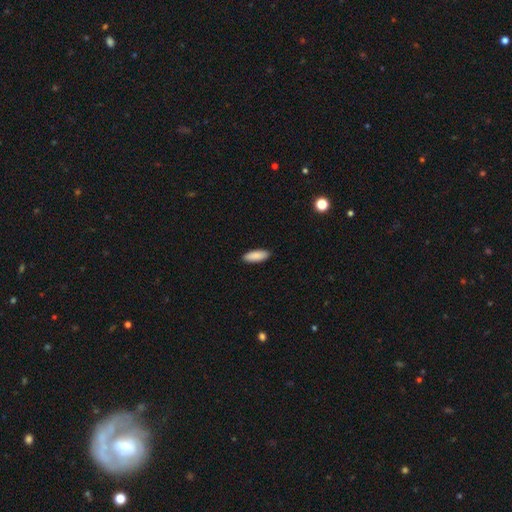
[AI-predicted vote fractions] Smooth or featured?
  - smooth: 90% *
  - star or artifact: 6%
  - featured or disk: 5%
How rounded?
  - in between: 69% *
  - cigar-shaped: 30%
  - round: 2%
Merging?
  - none: 90% *
  - minor disturbance: 7%
  - major disturbance: 2%
  - merger: 1%